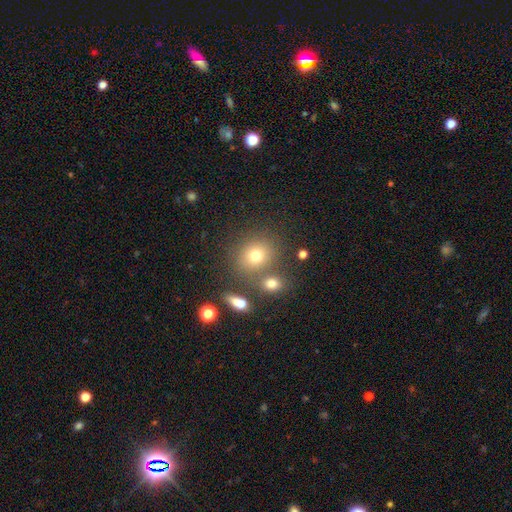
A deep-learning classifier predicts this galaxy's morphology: Overall: smooth (72%). How rounded: round (77%). Merging: none (71%).